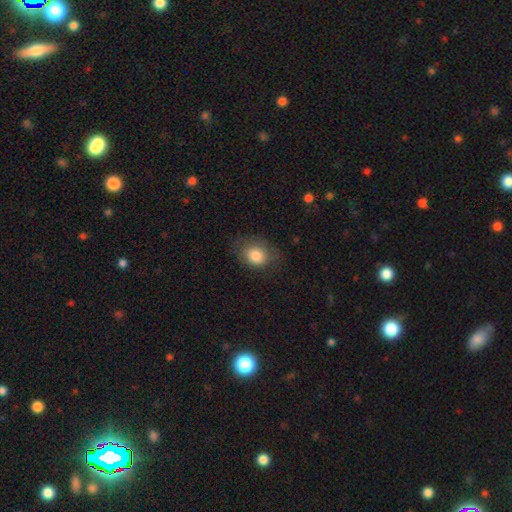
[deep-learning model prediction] This appears to be a smooth galaxy with no disk features (82%) that is round (53%). Merging: none (70%).